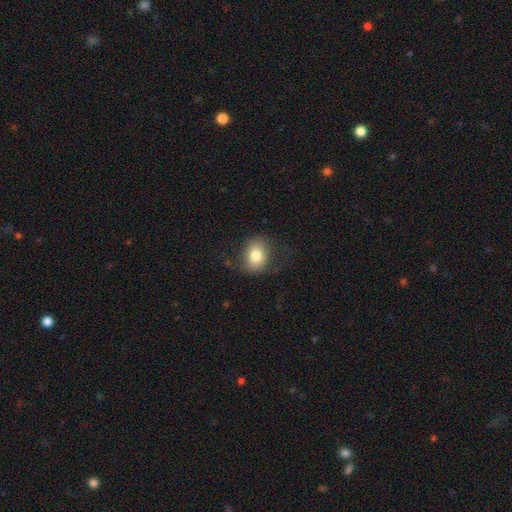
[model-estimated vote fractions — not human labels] Q: Smooth or featured?
A: smooth (77%); runner-up: featured or disk (14%)
Q: How rounded?
A: in between (55%); runner-up: round (44%)
Q: Merging?
A: none (70%); runner-up: minor disturbance (19%)